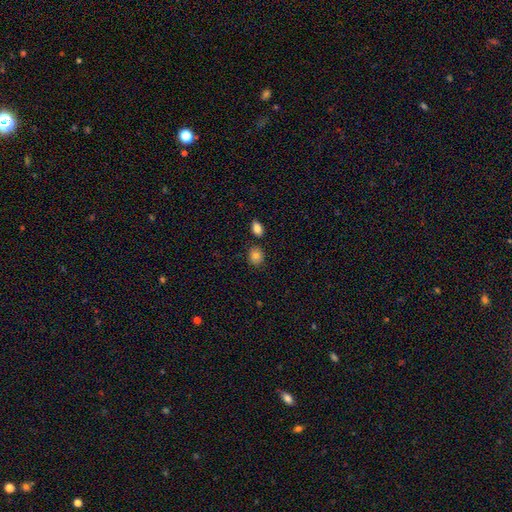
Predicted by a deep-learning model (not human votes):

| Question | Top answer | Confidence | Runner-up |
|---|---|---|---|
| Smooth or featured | smooth | 83% | star or artifact (9%) |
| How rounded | round | 58% | in between (40%) |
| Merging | none | 80% | minor disturbance (11%) |